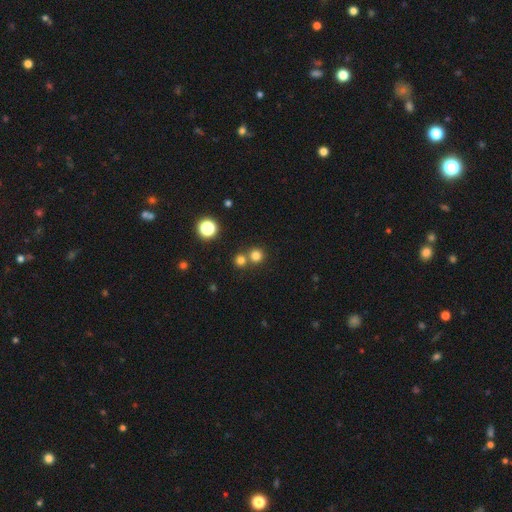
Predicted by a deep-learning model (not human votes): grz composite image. It shows a smooth galaxy with no disk features (77%) that is round (93%). Merging: none (64%).